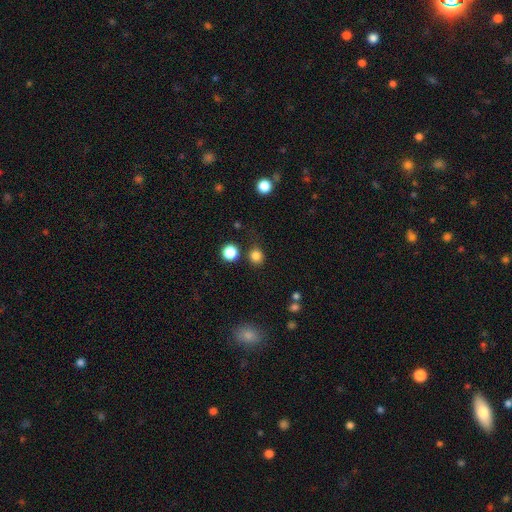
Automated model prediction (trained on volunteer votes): This is clearly a smooth galaxy (82%). How rounded: clearly round (86%). Merging: likely none (80%).